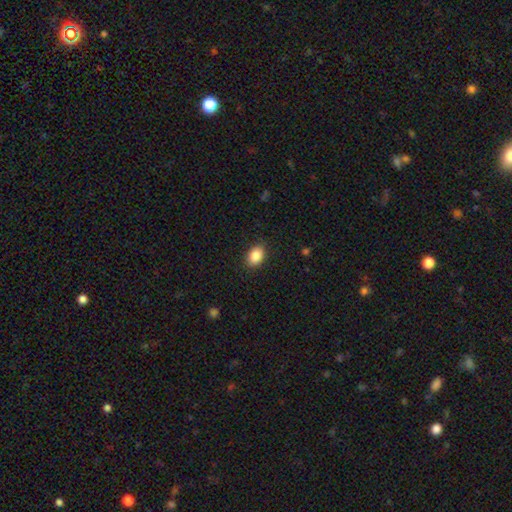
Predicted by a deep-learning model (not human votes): Smooth or featured? smooth (87%)
How rounded? in between (83%)
Merging? none (88%)